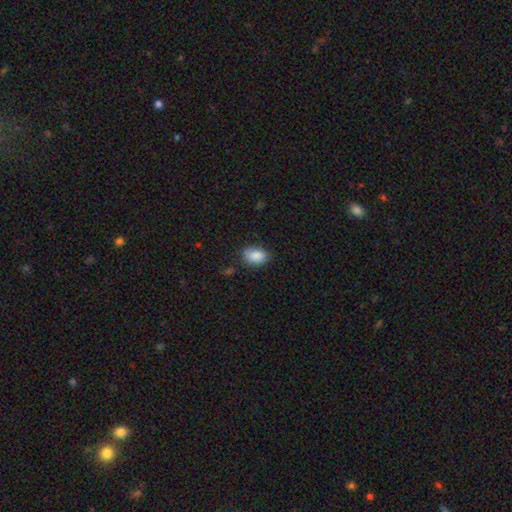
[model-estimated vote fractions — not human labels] Smooth or featured? Predicted: smooth (p=0.88). How rounded? Predicted: in between (p=0.86). Merging? Predicted: none (p=0.76).